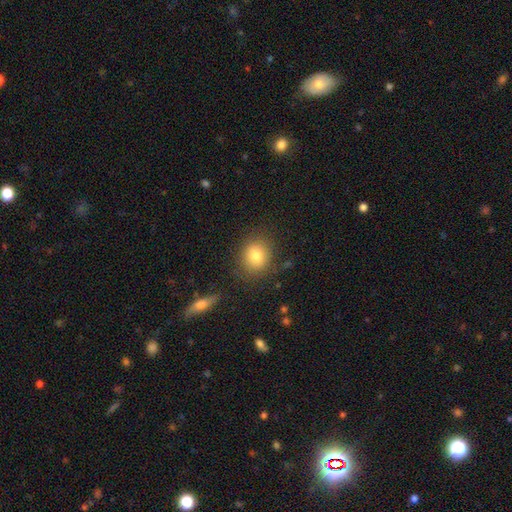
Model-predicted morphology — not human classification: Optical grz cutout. It shows a smooth galaxy with no disk features (80%) that is round (70%). Merging: none (83%).